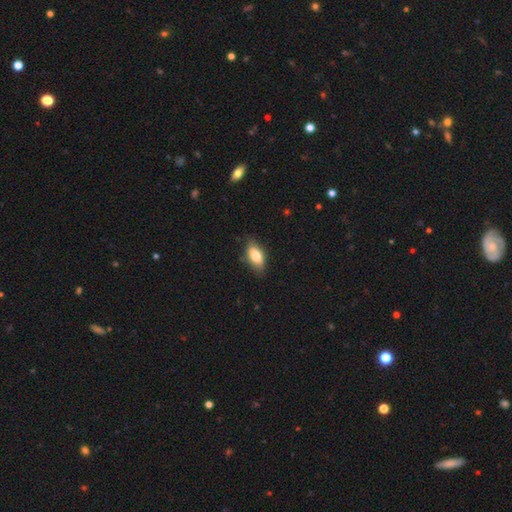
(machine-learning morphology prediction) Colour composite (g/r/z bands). It shows a smooth galaxy with no disk features (76%) that is in between round and cigar-shaped (87%). Merging: none (77%).